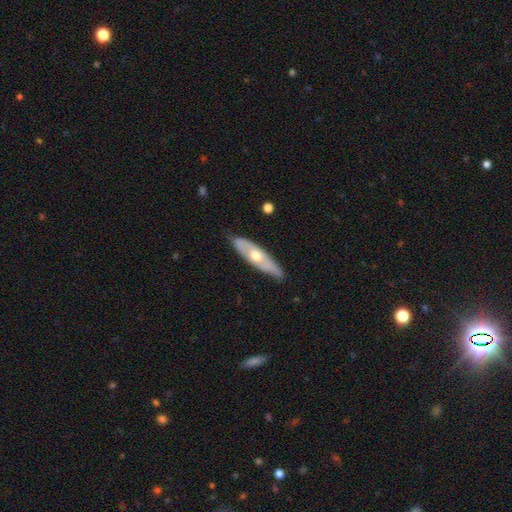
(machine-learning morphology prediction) Overall: featured or disk (57%; smooth 38%). Edge-on disk: yes (50%, tied with no). Merging: none (82%).